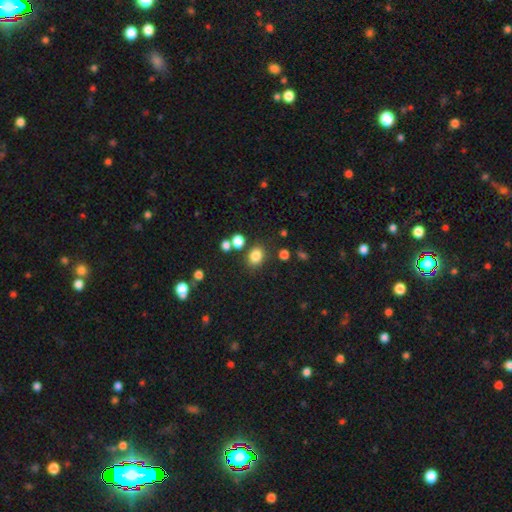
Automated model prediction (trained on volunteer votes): smooth-or-featured: smooth: 82% | star or artifact: 12% | featured or disk: 5%
  how-rounded: in between: 52% | round: 47% | cigar-shaped: 1%
  merging: none: 79% | minor disturbance: 10% | merger: 7% | major disturbance: 4%